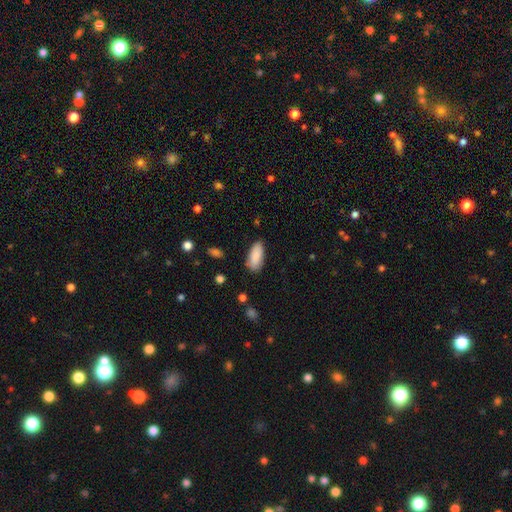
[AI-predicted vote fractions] This is clearly a smooth galaxy (89%). How rounded: clearly in between (86%). Merging: likely none (79%).